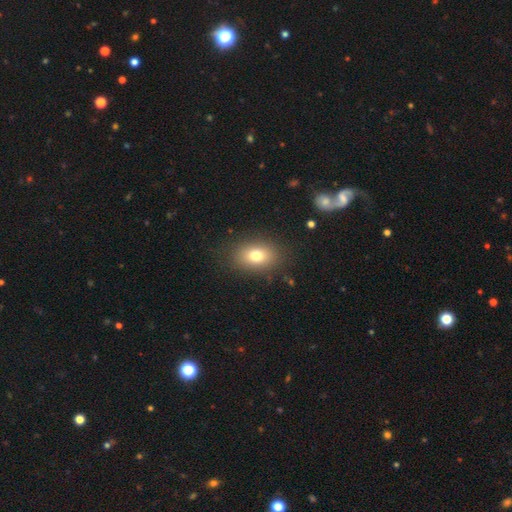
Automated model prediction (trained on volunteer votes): Smooth or featured? Predicted: smooth (p=0.76). How rounded? Predicted: in between (p=0.73). Merging? Predicted: none (p=0.84).